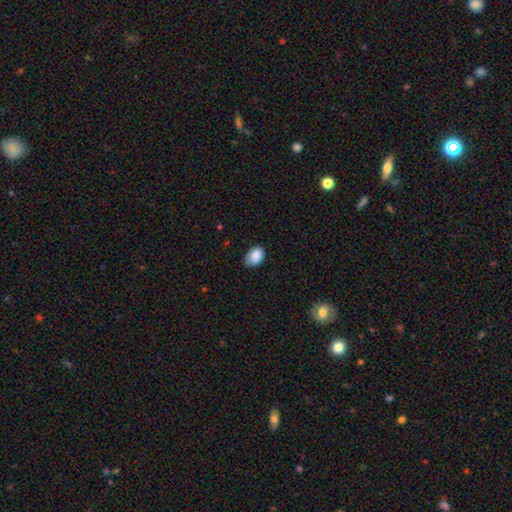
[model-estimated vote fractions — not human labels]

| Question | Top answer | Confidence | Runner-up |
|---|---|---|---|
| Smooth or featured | smooth | 88% | star or artifact (7%) |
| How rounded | in between | 84% | round (14%) |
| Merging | none | 70% | minor disturbance (25%) |